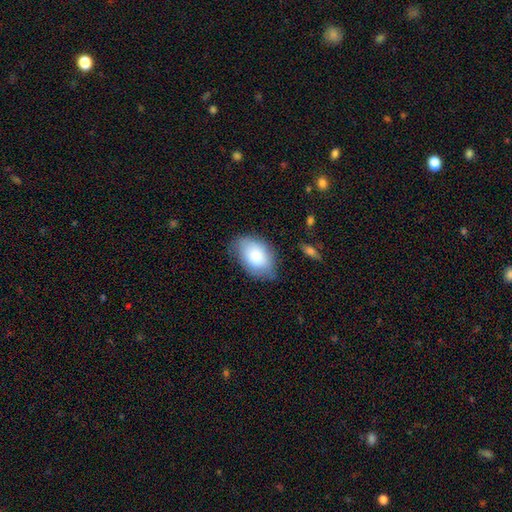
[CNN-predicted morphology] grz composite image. It shows a smooth galaxy with no disk features (81%) that is in between round and cigar-shaped (89%). Merging: none (67%).